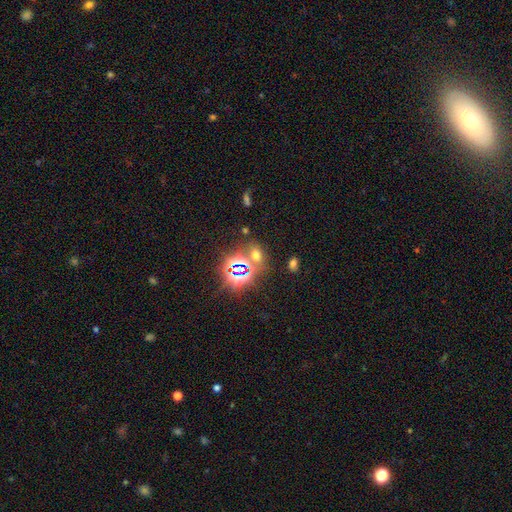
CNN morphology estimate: star or artifact 48%, smooth 44%, featured or disk 8%.